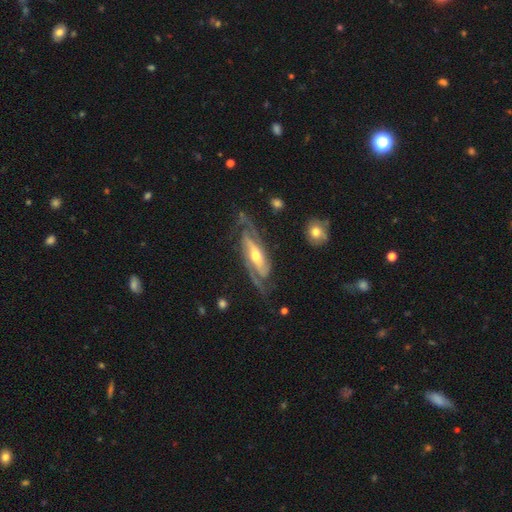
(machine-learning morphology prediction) A featured or disk galaxy (90%) with a strong bar (37%), 2 (84%) medium (46%) spiral arms (97%) and a moderate central bulge (64%).

Vote fractions:
- Smooth or featured? featured or disk: 90% / smooth: 6% / star or artifact: 4%
- Edge-on disk? no: 91% / yes: 9%
- Bar? strong: 37% / no: 34% / weak: 29%
- Spiral arms? yes: 97% / no: 3%
- Spiral winding? medium: 46% / tight: 36% / loose: 19%
- Spiral arm count? 2: 84% / can't tell: 5% / 3: 5% / 1: 3% / 4: 2% / more than 4: 2%
- Bulge size? moderate: 64% / small: 28% / large: 6% / dominant: 1% / none: 1%
- Merging? none: 70% / minor disturbance: 17% / major disturbance: 11% / merger: 2%